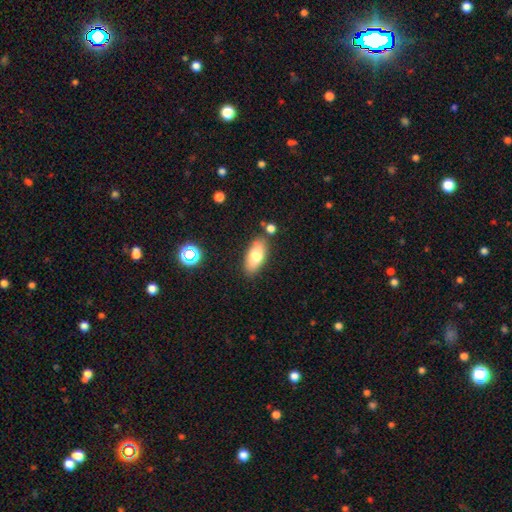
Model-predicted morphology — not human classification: smooth-or-featured: smooth: 73% | featured or disk: 19% | star or artifact: 8%
  how-rounded: in between: 87% | cigar-shaped: 10% | round: 3%
  merging: none: 81% | minor disturbance: 11% | merger: 5% | major disturbance: 3%